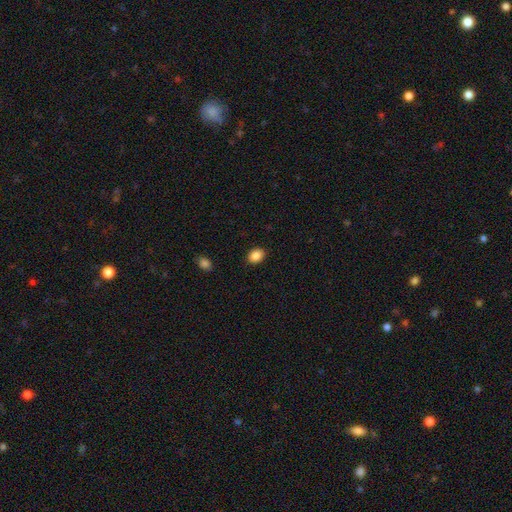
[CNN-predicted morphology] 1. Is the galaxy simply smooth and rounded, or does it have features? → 88% smooth, 9% star or artifact, 4% featured or disk.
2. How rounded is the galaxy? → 66% in between, 33% round, 1% cigar-shaped.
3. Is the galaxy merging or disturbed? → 89% none, 8% minor disturbance, 2% major disturbance, 1% merger.